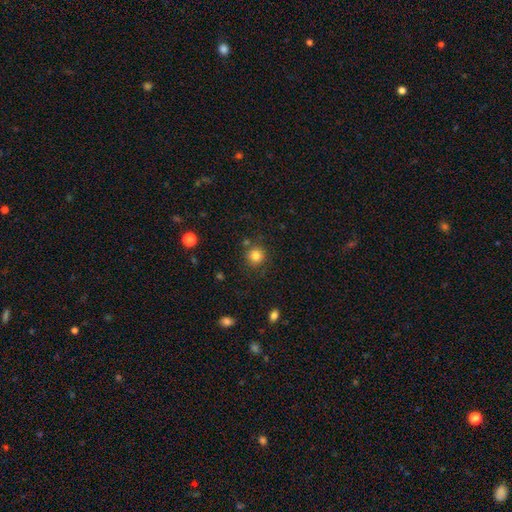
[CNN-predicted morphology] A smooth galaxy with no disk features (81%) that is round (91%).

Vote fractions:
- Smooth or featured? smooth: 81% / star or artifact: 12% / featured or disk: 6%
- How rounded? round: 91% / in between: 8% / cigar-shaped: 1%
- Merging? none: 80% / minor disturbance: 10% / merger: 6% / major disturbance: 3%